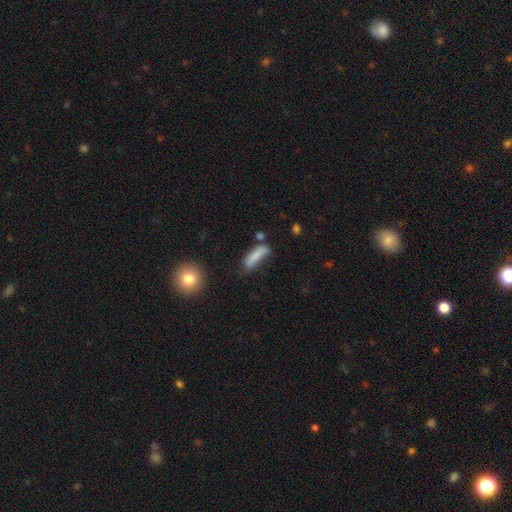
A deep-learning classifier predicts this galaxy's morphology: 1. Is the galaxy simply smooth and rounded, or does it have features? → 78% smooth, 13% featured or disk, 8% star or artifact.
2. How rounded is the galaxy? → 59% cigar-shaped, 38% in between, 3% round.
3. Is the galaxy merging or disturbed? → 44% none, 30% minor disturbance, 15% major disturbance, 11% merger.